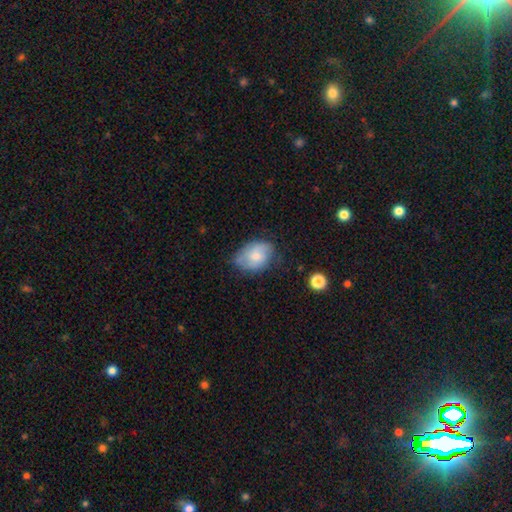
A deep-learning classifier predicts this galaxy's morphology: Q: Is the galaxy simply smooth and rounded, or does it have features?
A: smooth — 64%.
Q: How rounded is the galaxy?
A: in between — 77%.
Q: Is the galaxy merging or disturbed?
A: none — 57%.